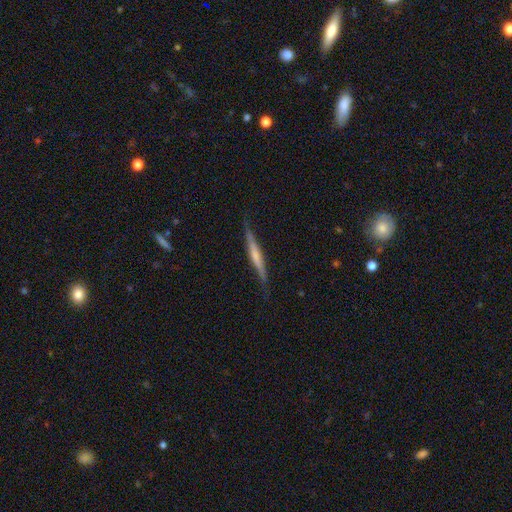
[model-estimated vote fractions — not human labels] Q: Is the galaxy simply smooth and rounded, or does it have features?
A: featured or disk — 58%.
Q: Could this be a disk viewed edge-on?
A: yes — 95%.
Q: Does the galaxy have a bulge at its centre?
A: none — 48%.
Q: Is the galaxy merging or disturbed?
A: none — 79%.